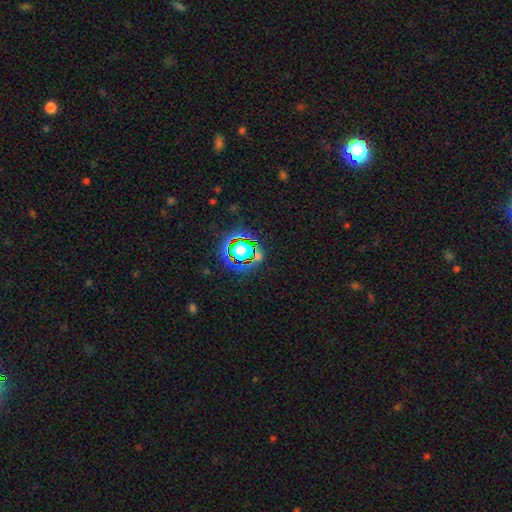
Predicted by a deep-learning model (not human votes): This appears to be a star or artifact, not a galaxy (72%).